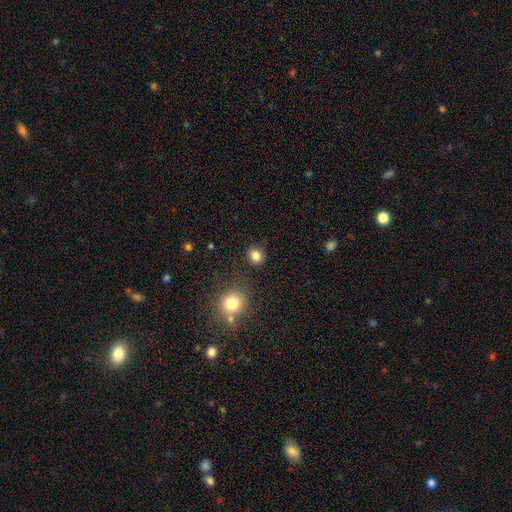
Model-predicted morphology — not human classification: Q: Smooth or featured?
A: smooth (83%); runner-up: star or artifact (12%)
Q: How rounded?
A: round (80%); runner-up: in between (19%)
Q: Merging?
A: none (87%); runner-up: minor disturbance (8%)